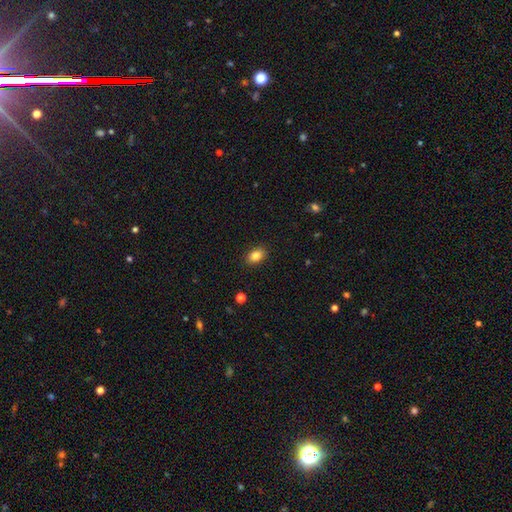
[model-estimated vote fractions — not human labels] A smooth galaxy with no disk features (85%) that is in between round and cigar-shaped (84%).

Vote fractions:
- Smooth or featured? smooth: 85% / star or artifact: 9% / featured or disk: 6%
- How rounded? in between: 84% / round: 14% / cigar-shaped: 2%
- Merging? none: 88% / minor disturbance: 8% / major disturbance: 2% / merger: 1%